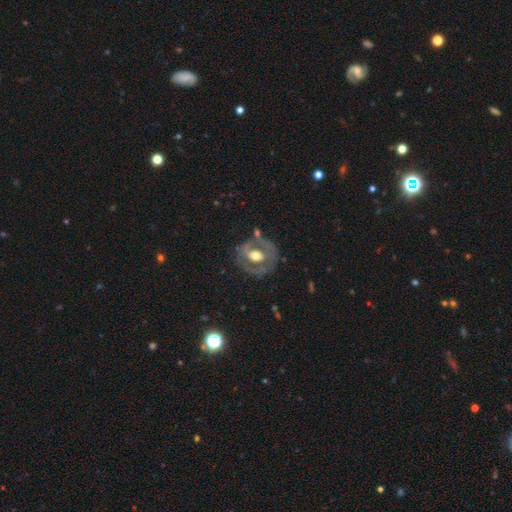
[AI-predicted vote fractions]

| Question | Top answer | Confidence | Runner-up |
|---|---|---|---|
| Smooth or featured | featured or disk | 64% | smooth (30%) |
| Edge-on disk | no | 95% | yes (5%) |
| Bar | no | 59% | weak (27%) |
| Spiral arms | no | 65% | yes (35%) |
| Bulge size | moderate | 68% | large (22%) |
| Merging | none | 63% | minor disturbance (20%) |